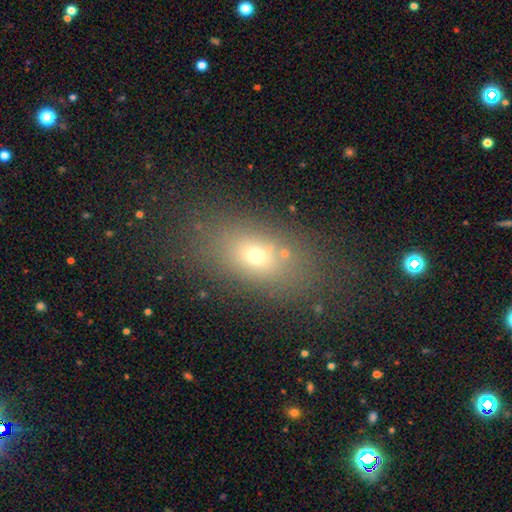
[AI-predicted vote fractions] Q: Smooth or featured?
A: smooth (62%); runner-up: star or artifact (20%)
Q: How rounded?
A: in between (73%); runner-up: round (20%)
Q: Merging?
A: none (76%); runner-up: minor disturbance (12%)